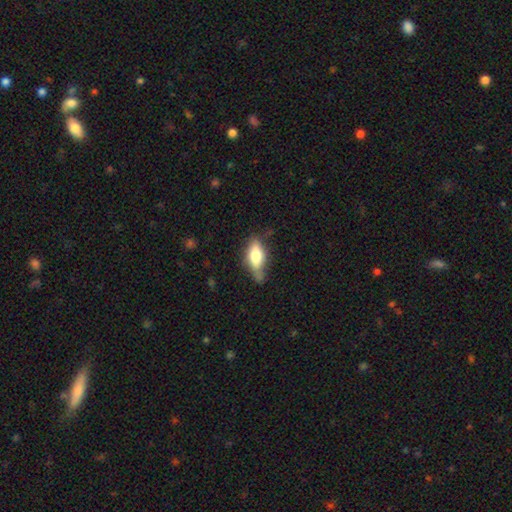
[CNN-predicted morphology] This appears to be a smooth galaxy with no disk features (64%) that is in between round and cigar-shaped (76%). Merging: none (54%).